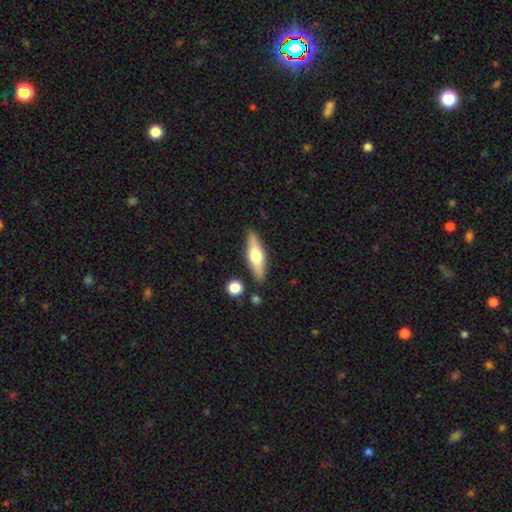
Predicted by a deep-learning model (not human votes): Overall: featured or disk (50%; smooth 45%). Merging: none (86%).